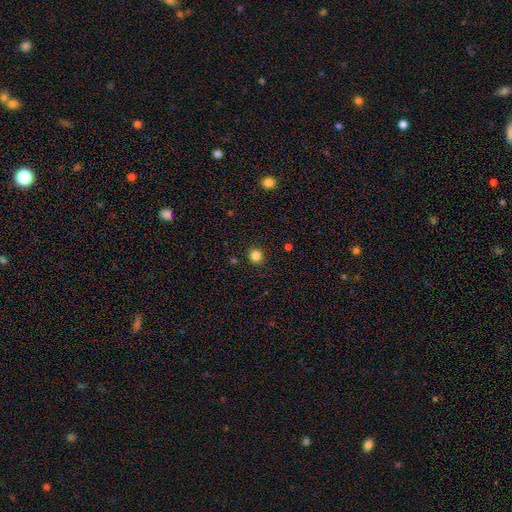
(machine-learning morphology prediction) This is clearly a smooth galaxy (84%). How rounded: clearly round (92%). Merging: clearly none (91%).